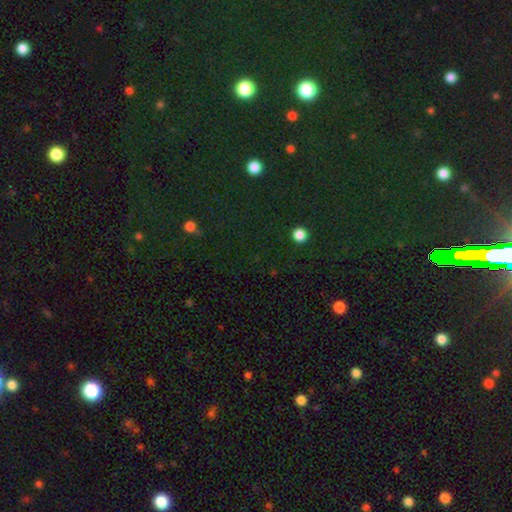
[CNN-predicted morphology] This appears to be a star or artifact, not a galaxy (71%).